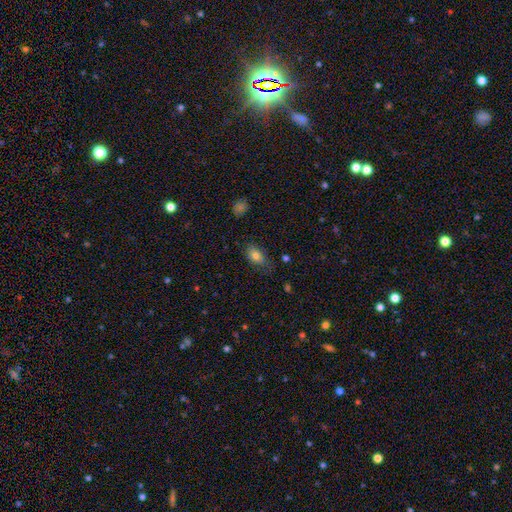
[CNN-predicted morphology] This is likely a smooth galaxy (78%). How rounded: clearly in between (88%). Merging: likely none (66%).